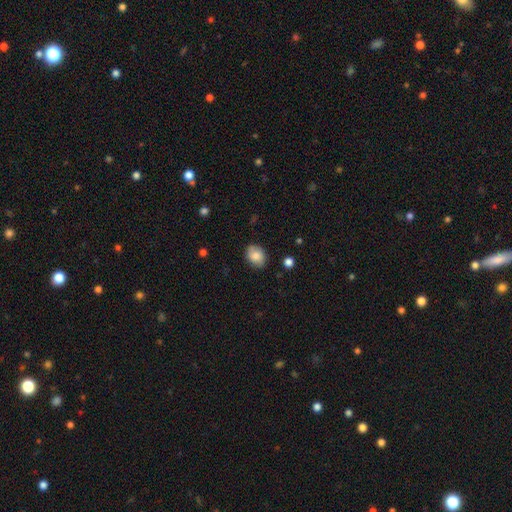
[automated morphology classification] type=smooth (83%); roundness=in between (62%); merging=none (83%).